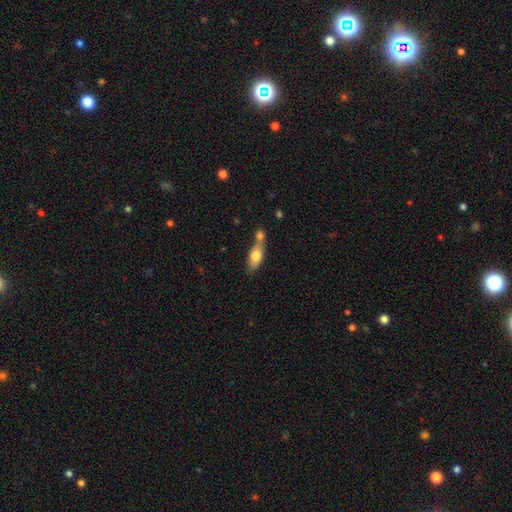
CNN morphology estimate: Smooth or featured? Predicted: smooth (p=0.72). How rounded? Predicted: in between (p=0.79). Merging? Predicted: merger (p=0.47).